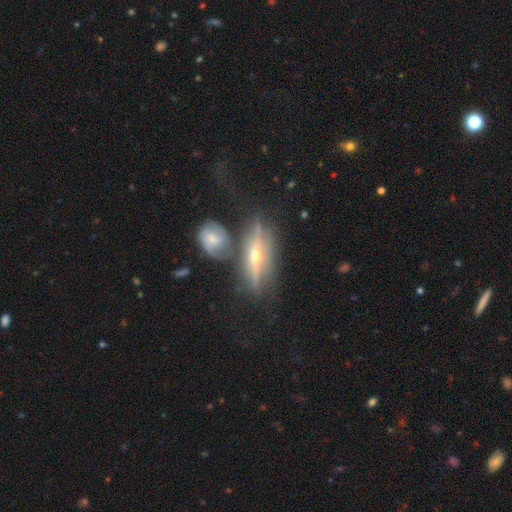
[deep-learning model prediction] Morphology: type=featured or disk (72%); edge-on=yes (79%); edge-on bulge=rounded (89%); merging=none (56%).